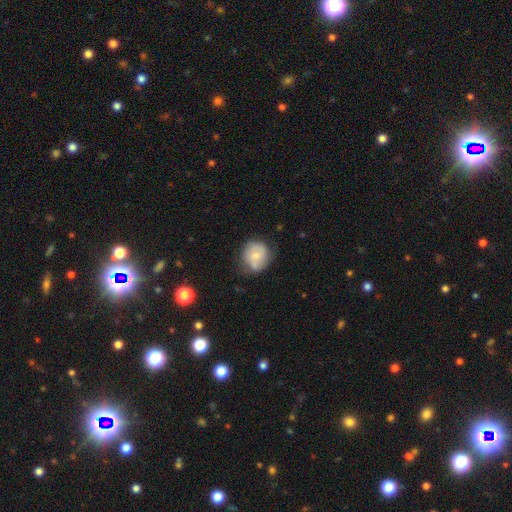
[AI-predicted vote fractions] A smooth galaxy with no disk features (57%) that is round (79%). Merging: none (59%).